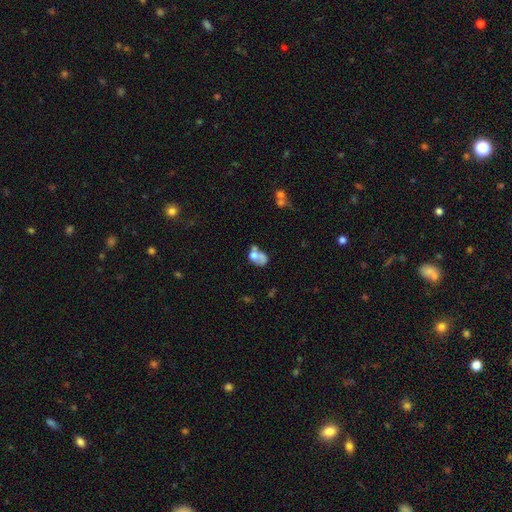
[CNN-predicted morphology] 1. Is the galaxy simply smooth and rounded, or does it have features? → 57% smooth, 32% featured or disk, 11% star or artifact.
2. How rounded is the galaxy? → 73% in between, 25% round, 2% cigar-shaped.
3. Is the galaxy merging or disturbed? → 45% merger, 22% none, 18% major disturbance, 15% minor disturbance.